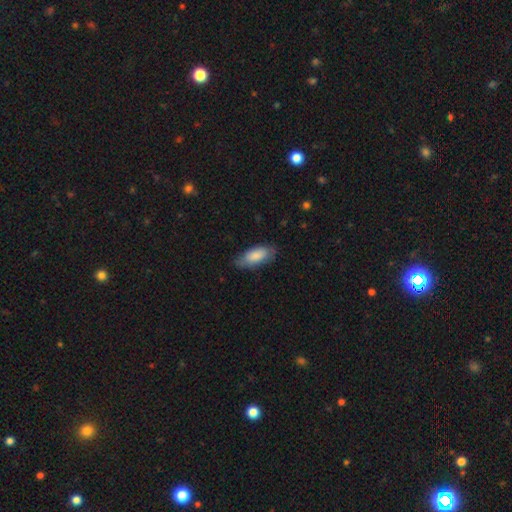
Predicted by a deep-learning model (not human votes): Q: Smooth or featured?
A: smooth (84%); runner-up: featured or disk (10%)
Q: How rounded?
A: in between (82%); runner-up: cigar-shaped (16%)
Q: Merging?
A: none (75%); runner-up: minor disturbance (20%)